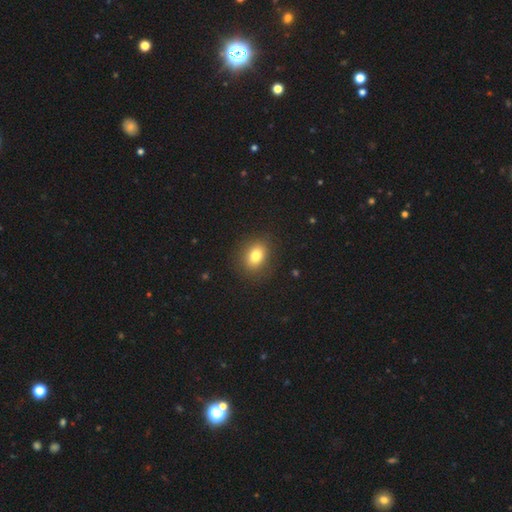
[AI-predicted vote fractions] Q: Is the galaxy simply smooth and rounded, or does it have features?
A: smooth — 79%.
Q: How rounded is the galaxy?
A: in between — 55%.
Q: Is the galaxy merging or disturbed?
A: none — 87%.